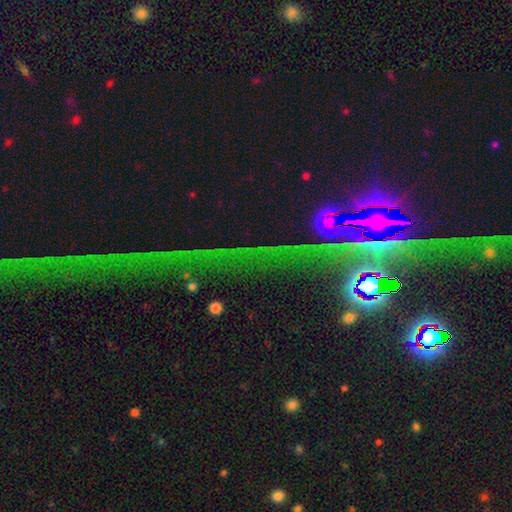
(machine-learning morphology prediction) star or artifact 84%, featured or disk 9%, smooth 7%.